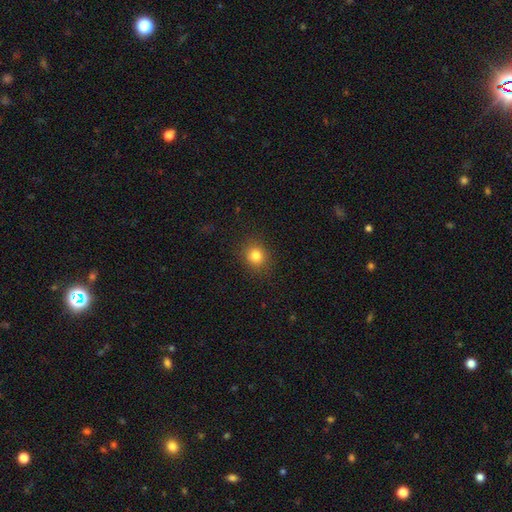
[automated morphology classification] smooth_or_featured: smooth (p=0.80) [alt: star or artifact p=0.13]
how_rounded: round (p=0.80) [alt: in between p=0.19]
merging: none (p=0.88) [alt: minor disturbance p=0.08]